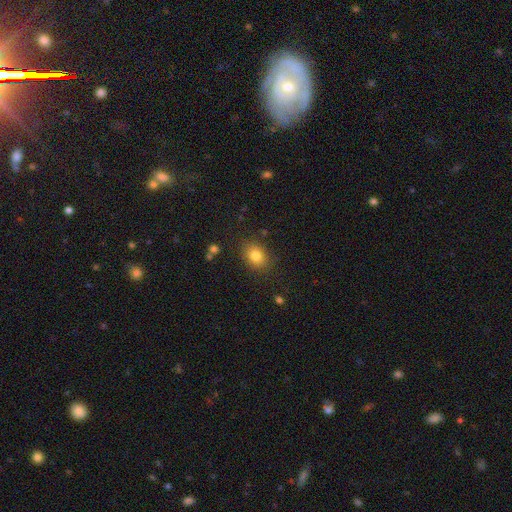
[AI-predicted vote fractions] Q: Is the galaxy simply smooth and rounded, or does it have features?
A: smooth — 82%.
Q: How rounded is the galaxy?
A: in between — 56%.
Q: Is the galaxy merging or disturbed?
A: none — 84%.